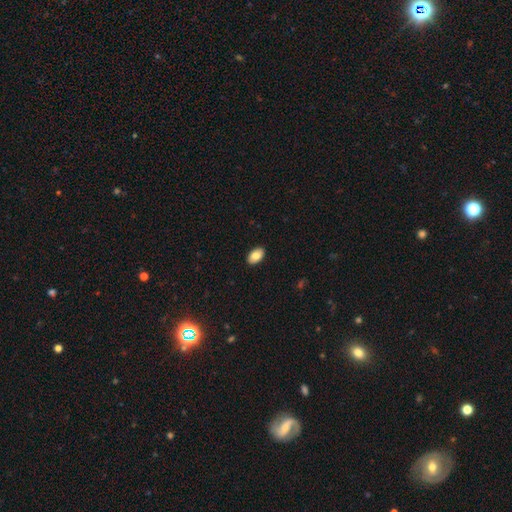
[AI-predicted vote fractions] This is clearly a smooth galaxy (83%). How rounded: clearly in between (93%). Merging: clearly none (90%).